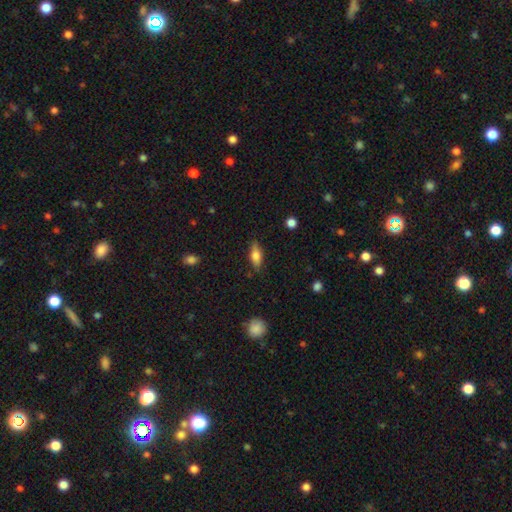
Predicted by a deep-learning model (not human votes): The model was most divided on "how rounded": in between: 67%, cigar-shaped: 29%, round: 4%. More confident: merging — none (83%); smooth or featured — smooth (67%).